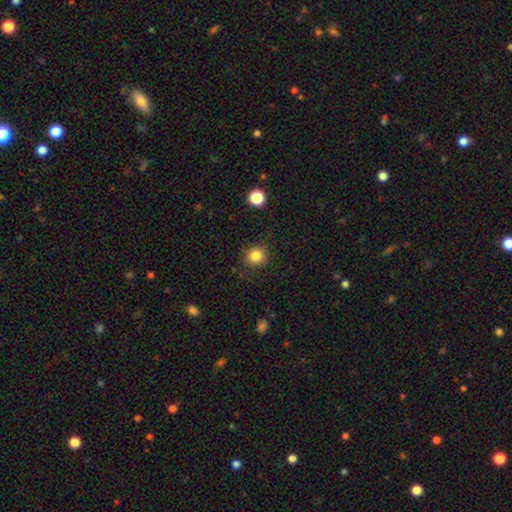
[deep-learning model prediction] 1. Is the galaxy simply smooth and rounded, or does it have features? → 84% smooth, 11% star or artifact, 5% featured or disk.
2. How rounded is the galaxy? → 90% round, 9% in between, 1% cigar-shaped.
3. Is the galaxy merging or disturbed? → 85% none, 10% minor disturbance, 3% major disturbance, 1% merger.